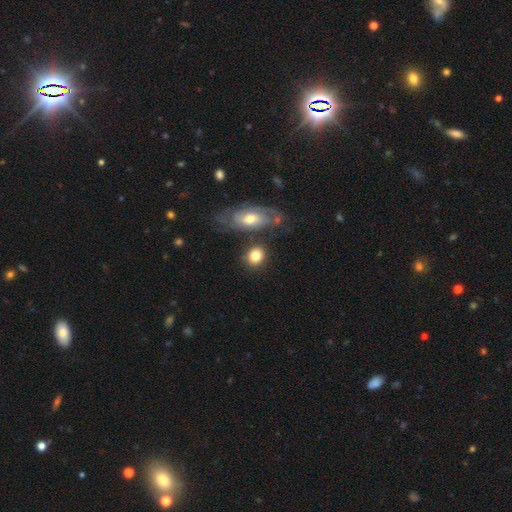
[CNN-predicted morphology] Smooth or featured?
  - smooth: 79% *
  - featured or disk: 13%
  - star or artifact: 7%
How rounded?
  - round: 51% *
  - in between: 47%
  - cigar-shaped: 2%
Merging?
  - none: 66% *
  - merger: 16%
  - minor disturbance: 13%
  - major disturbance: 5%